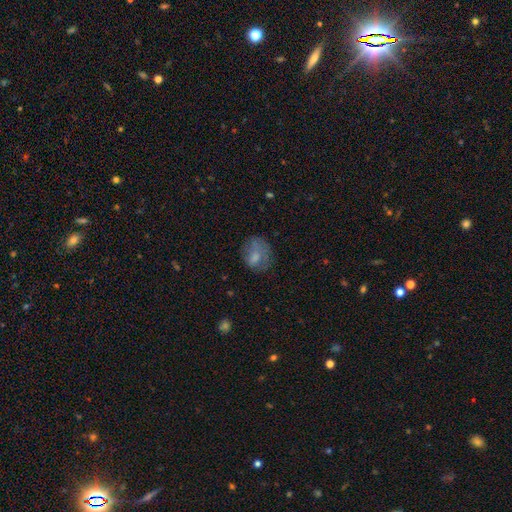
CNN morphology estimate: Smooth or featured?
  - smooth: 68% *
  - featured or disk: 23%
  - star or artifact: 10%
How rounded?
  - round: 54% *
  - in between: 44%
  - cigar-shaped: 1%
Merging?
  - none: 58% *
  - minor disturbance: 25%
  - major disturbance: 16%
  - merger: 2%